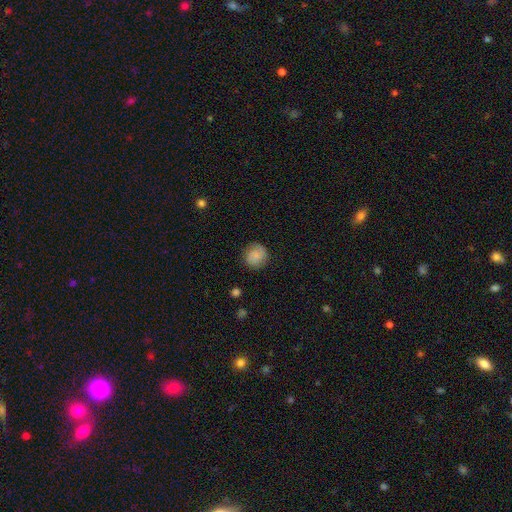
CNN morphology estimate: smooth_or_featured: smooth (p=0.79) [alt: featured or disk p=0.13]
how_rounded: round (p=0.86) [alt: in between p=0.13]
merging: none (p=0.80) [alt: minor disturbance p=0.14]